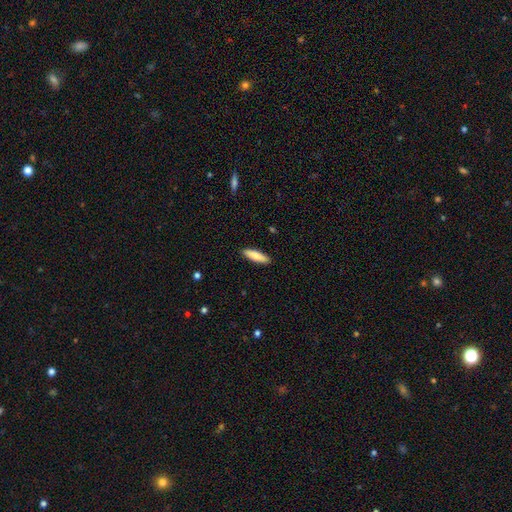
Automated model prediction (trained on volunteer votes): Q: Smooth or featured?
A: smooth (77%); runner-up: featured or disk (17%)
Q: How rounded?
A: cigar-shaped (64%); runner-up: in between (35%)
Q: Merging?
A: none (90%); runner-up: minor disturbance (7%)